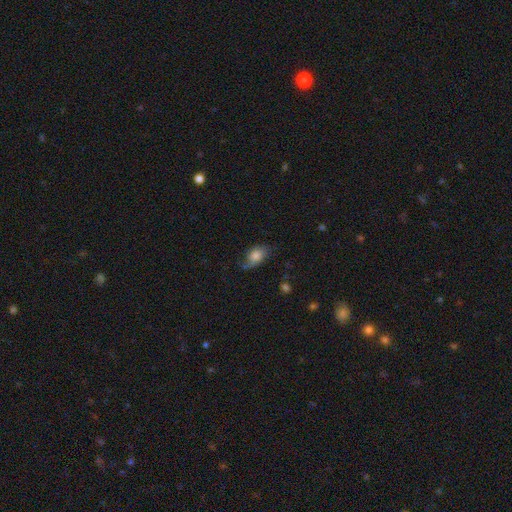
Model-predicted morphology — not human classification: This appears to be a smooth galaxy with no disk features (65%) that is in between round and cigar-shaped (82%). Merging: none (51%).